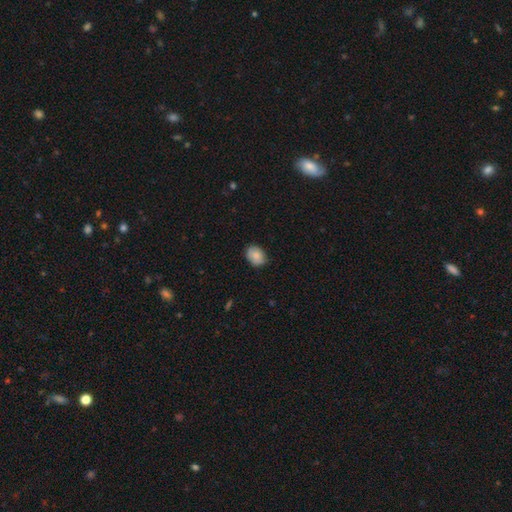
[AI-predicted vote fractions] This appears to be a smooth galaxy with no disk features (85%) that is in between round and cigar-shaped (67%). Merging: none (80%).